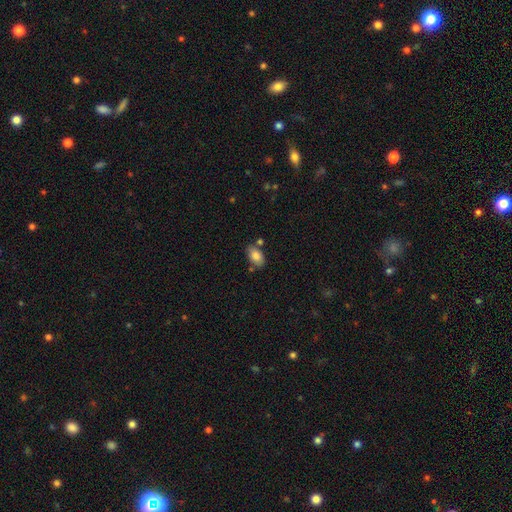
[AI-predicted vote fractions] Smooth or featured? Predicted: smooth (p=0.83). How rounded? Predicted: in between (p=0.92). Merging? Predicted: none (p=0.70).